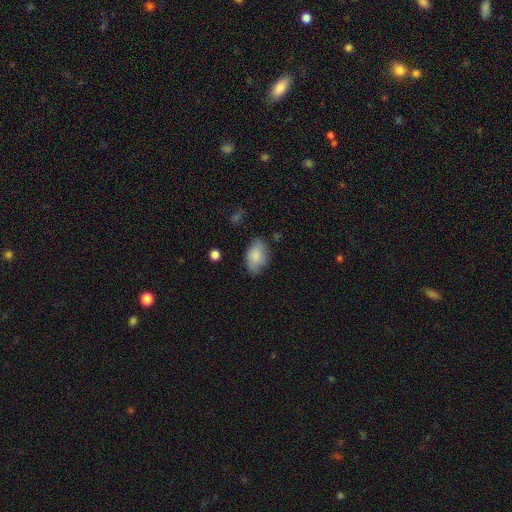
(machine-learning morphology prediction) A smooth galaxy with no disk features (85%) that is in between round and cigar-shaped (91%).

Vote fractions:
- Smooth or featured? smooth: 85% / featured or disk: 9% / star or artifact: 7%
- How rounded? in between: 91% / round: 8% / cigar-shaped: 1%
- Merging? none: 73% / minor disturbance: 20% / major disturbance: 4% / merger: 2%